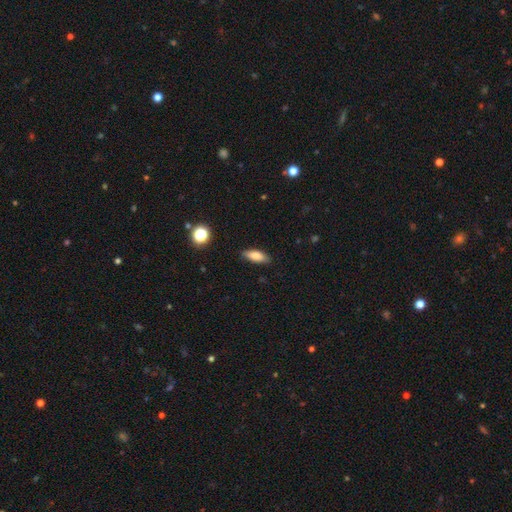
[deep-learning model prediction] This is clearly a smooth galaxy (81%). How rounded: likely in between (72%). Merging: clearly none (84%).